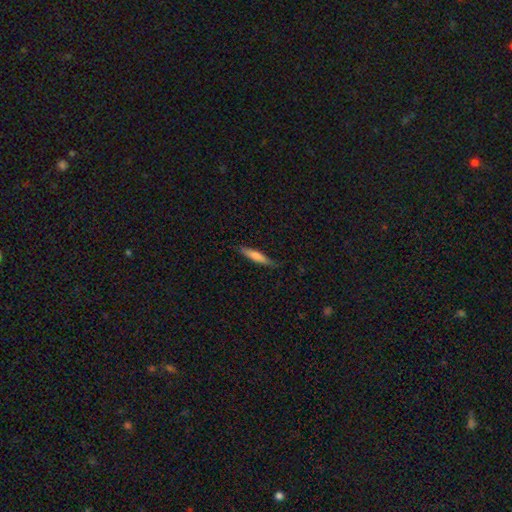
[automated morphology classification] A smooth galaxy with no disk features (70%) that is cigar-shaped (86%). Merging: none (80%).